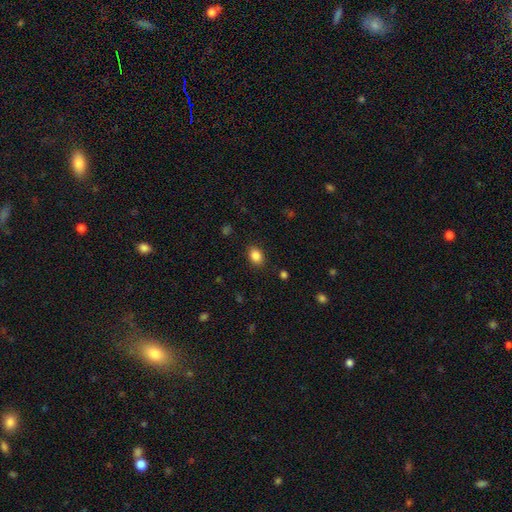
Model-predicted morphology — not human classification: A smooth galaxy with no disk features (86%) that is in between round and cigar-shaped (66%). Merging: none (87%).